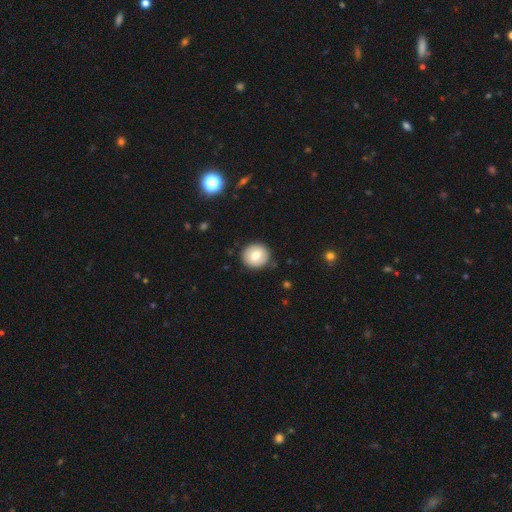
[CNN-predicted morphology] Smooth or featured: smooth — 77% (featured or disk — 14%)
How rounded: round — 91% (in between — 8%)
Merging: none — 88% (minor disturbance — 8%)